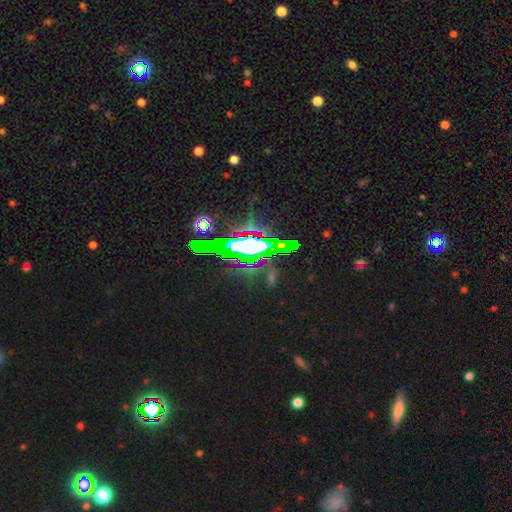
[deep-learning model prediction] A star or artifact, not a galaxy (74%).

Vote fractions:
- Smooth or featured? star or artifact: 74% / featured or disk: 16% / smooth: 10%